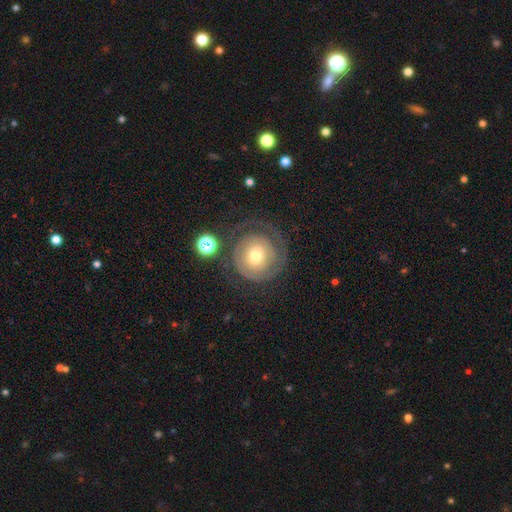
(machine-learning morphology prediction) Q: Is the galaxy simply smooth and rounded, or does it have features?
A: featured or disk — 71%.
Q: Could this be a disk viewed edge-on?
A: no — 97%.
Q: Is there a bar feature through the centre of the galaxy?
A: no — 75%.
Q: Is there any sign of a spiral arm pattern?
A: yes — 84%.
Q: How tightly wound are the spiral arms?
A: tight — 76%.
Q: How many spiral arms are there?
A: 2 — 32%.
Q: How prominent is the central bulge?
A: moderate — 55%.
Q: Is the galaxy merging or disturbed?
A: none — 66%.